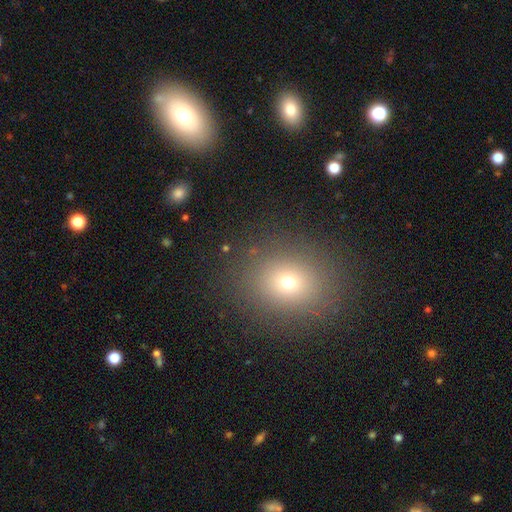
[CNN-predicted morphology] This appears to be a smooth galaxy with no disk features (64%) that is round (52%). Merging: none (88%).